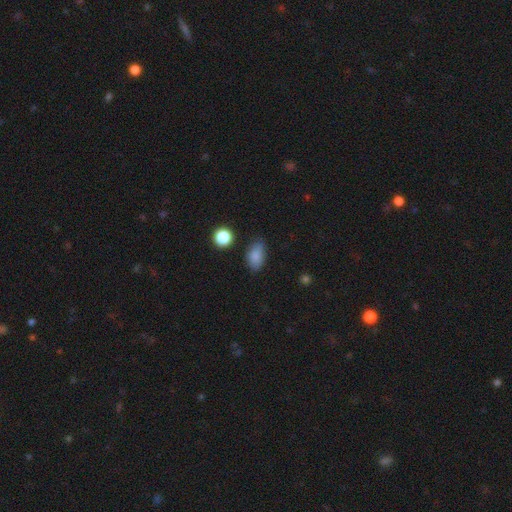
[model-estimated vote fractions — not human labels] The model was most divided on "merging": none: 69%, minor disturbance: 24%, major disturbance: 5%, merger: 2%. More confident: how rounded — in between (88%); smooth or featured — smooth (84%).